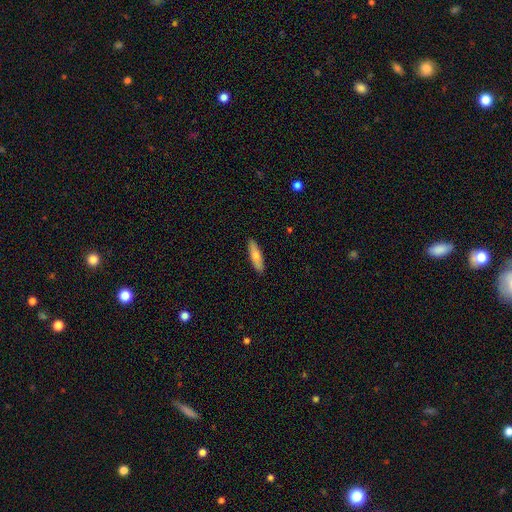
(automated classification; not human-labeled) Smooth or featured?
  - smooth: 63% *
  - featured or disk: 30%
  - star or artifact: 6%
How rounded?
  - cigar-shaped: 72% *
  - in between: 26%
  - round: 2%
Merging?
  - none: 90% *
  - minor disturbance: 7%
  - major disturbance: 1%
  - merger: 1%